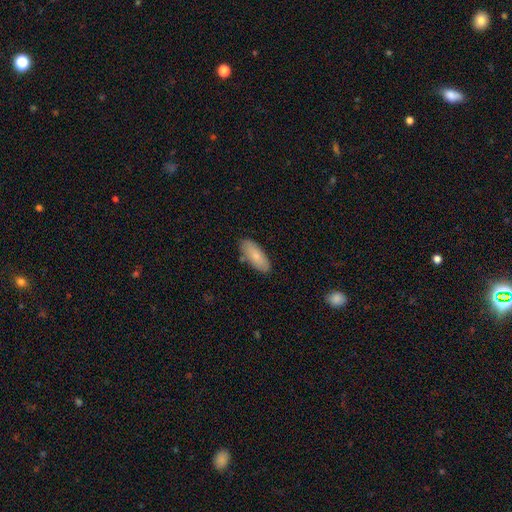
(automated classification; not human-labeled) Smooth or featured? smooth (80%)
How rounded? in between (80%)
Merging? none (83%)